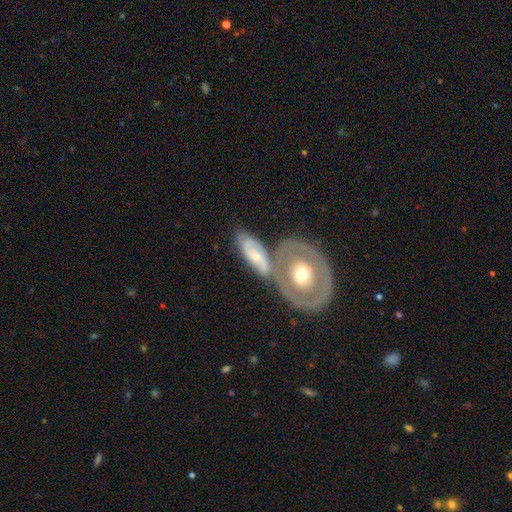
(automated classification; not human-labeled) Morphology: type=featured or disk (58%); edge-on=no (89%); bar=no (73%); spiral arms=yes (52%); bulge=moderate (54%); merging=merger (41%).